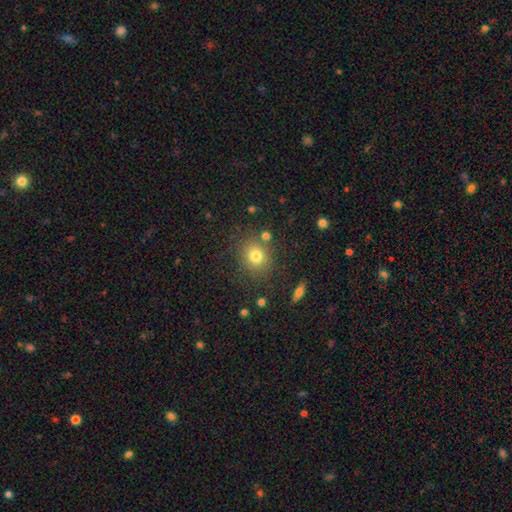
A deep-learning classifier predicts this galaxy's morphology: Smooth or featured? Predicted: smooth (p=0.76). How rounded? Predicted: round (p=0.74). Merging? Predicted: none (p=0.79).